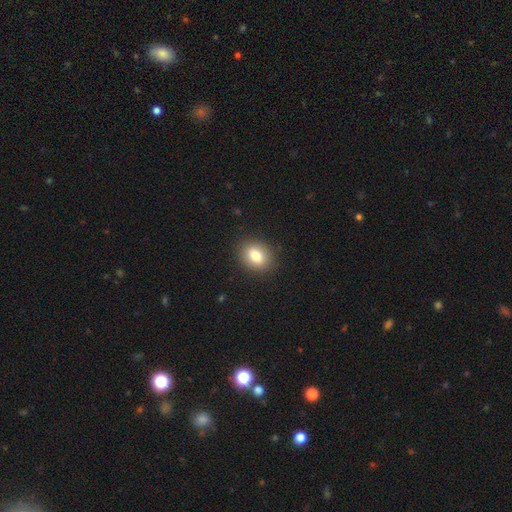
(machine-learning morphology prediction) smooth 81%, featured or disk 10%, star or artifact 9%. Down the decision tree: how rounded — in between (63%); merging — none (88%).